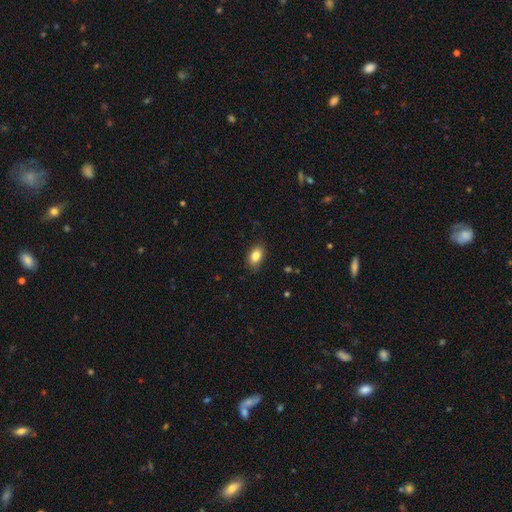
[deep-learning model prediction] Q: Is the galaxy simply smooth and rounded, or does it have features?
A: smooth — 84%.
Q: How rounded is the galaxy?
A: in between — 89%.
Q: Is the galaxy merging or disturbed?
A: none — 83%.